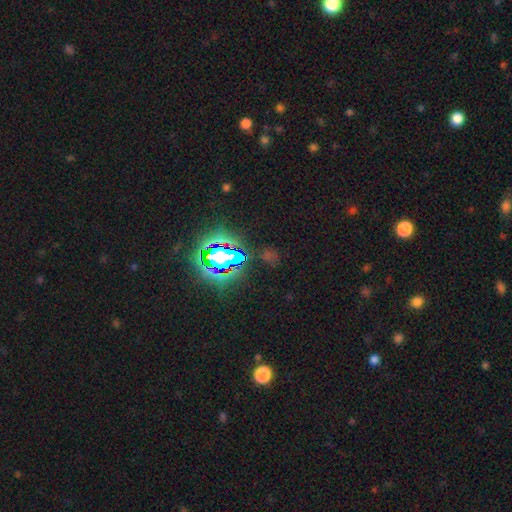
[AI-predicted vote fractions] A star or artifact, not a galaxy (83%).

Vote fractions:
- Smooth or featured? star or artifact: 83% / smooth: 11% / featured or disk: 7%